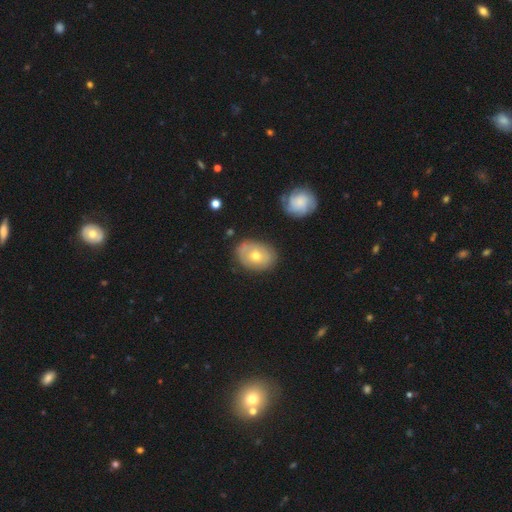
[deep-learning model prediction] This appears to be a featured or disk galaxy (48%). Merging: none (72%).